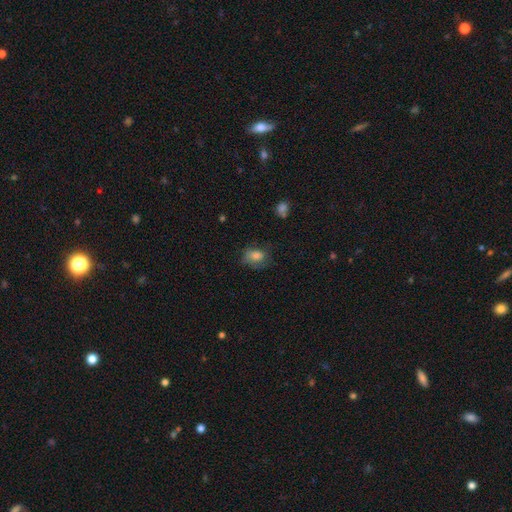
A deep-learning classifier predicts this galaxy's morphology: smooth-or-featured: smooth: 72% | featured or disk: 19% | star or artifact: 10%
  how-rounded: in between: 61% | round: 38% | cigar-shaped: 1%
  merging: none: 53% | minor disturbance: 28% | major disturbance: 17% | merger: 2%